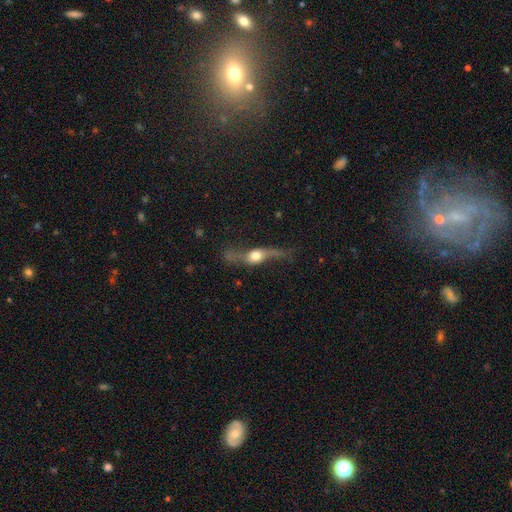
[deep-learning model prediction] Smooth or featured: featured or disk — 67% (smooth — 25%)
Edge-on disk: yes — 58% (no — 42%)
Merging: none — 51% (minor disturbance — 23%)